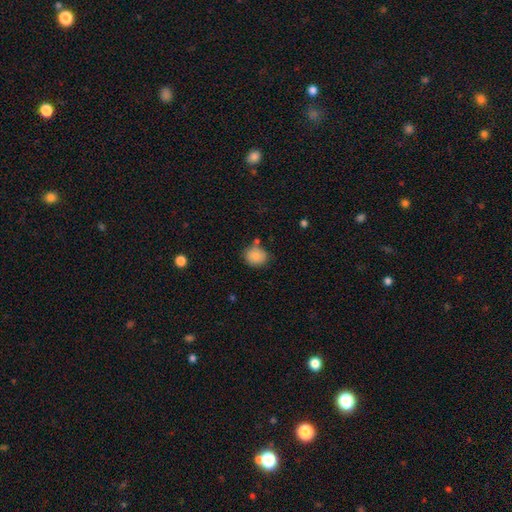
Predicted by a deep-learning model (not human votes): smooth-or-featured: smooth: 86% | star or artifact: 8% | featured or disk: 6%
  how-rounded: round: 74% | in between: 25% | cigar-shaped: 1%
  merging: none: 74% | minor disturbance: 15% | merger: 7% | major disturbance: 4%